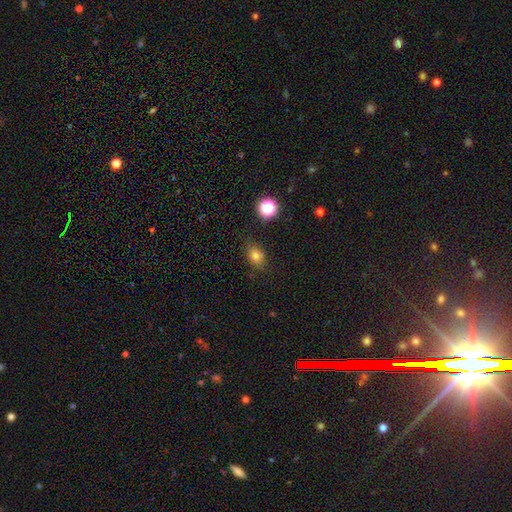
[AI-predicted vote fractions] Smooth or featured?
  - smooth: 77% *
  - star or artifact: 15%
  - featured or disk: 8%
How rounded?
  - in between: 65% *
  - round: 33%
  - cigar-shaped: 2%
Merging?
  - none: 77% *
  - minor disturbance: 16%
  - major disturbance: 4%
  - merger: 3%